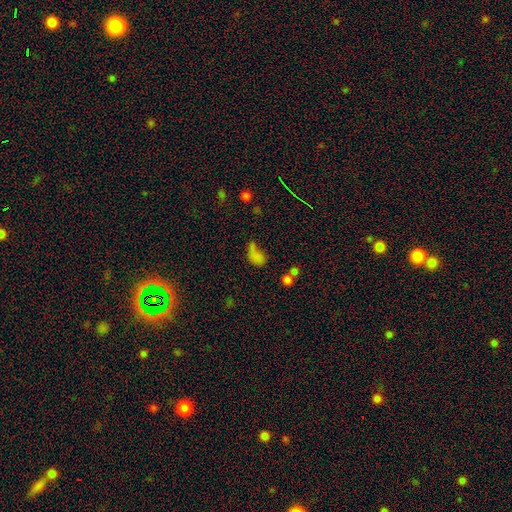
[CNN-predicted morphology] Smooth or featured? Predicted: smooth (p=0.67). How rounded? Predicted: in between (p=0.79). Merging? Predicted: none (p=0.31).